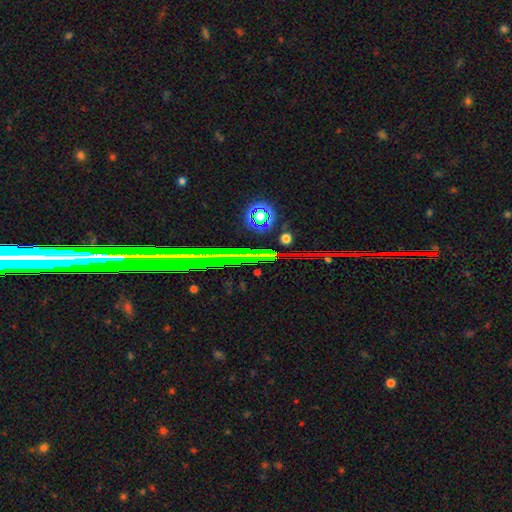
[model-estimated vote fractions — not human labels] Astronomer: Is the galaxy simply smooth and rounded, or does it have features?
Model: star or artifact — 73%.